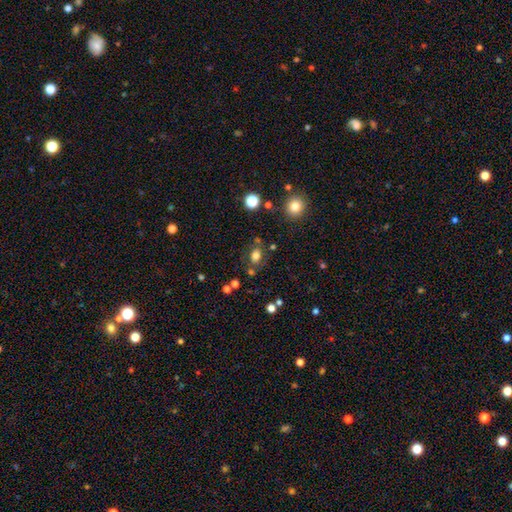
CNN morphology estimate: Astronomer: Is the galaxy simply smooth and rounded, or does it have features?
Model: smooth — 75%.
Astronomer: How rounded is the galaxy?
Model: in between — 65%.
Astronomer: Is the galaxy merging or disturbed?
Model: none — 69%.